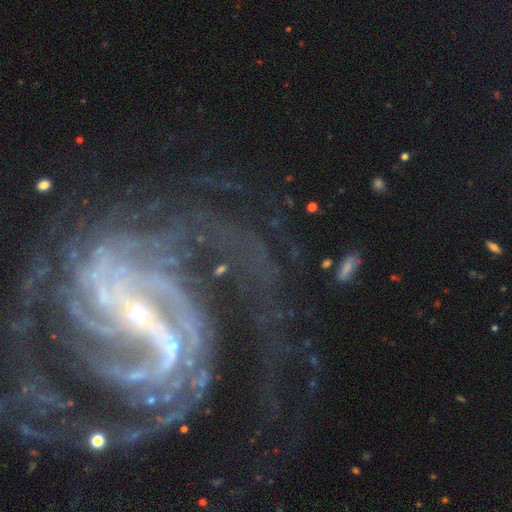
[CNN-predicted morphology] smooth-or-featured: featured or disk: 89% | star or artifact: 8% | smooth: 3%
  disk-edge-on: no: 97% | yes: 3%
    bar: strong: 54% | weak: 27% | no: 18%
    has-spiral-arms: yes: 97% | no: 3%
      spiral-winding: medium: 44% | tight: 40% | loose: 16%
      spiral-arm-count: 2: 26% | 3: 18% | can't tell: 18% | 4: 16% | more than 4: 12% | 1: 9%
    bulge-size: small: 83% | moderate: 13% | none: 2% | large: 1% | dominant: 1%
  merging: none: 49% | major disturbance: 30% | minor disturbance: 17% | merger: 4%